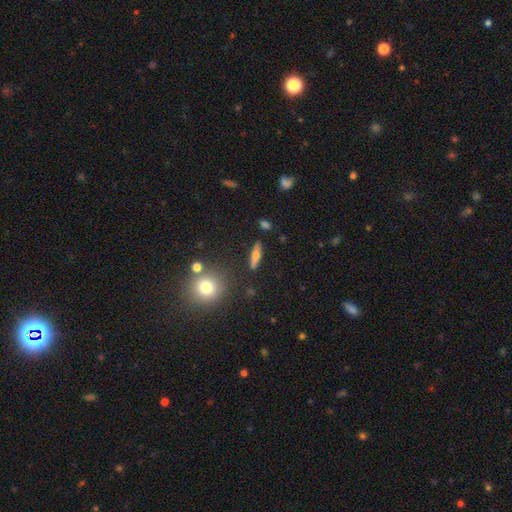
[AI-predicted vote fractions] A smooth galaxy with no disk features (52%) that is cigar-shaped (66%). Merging: none (85%).